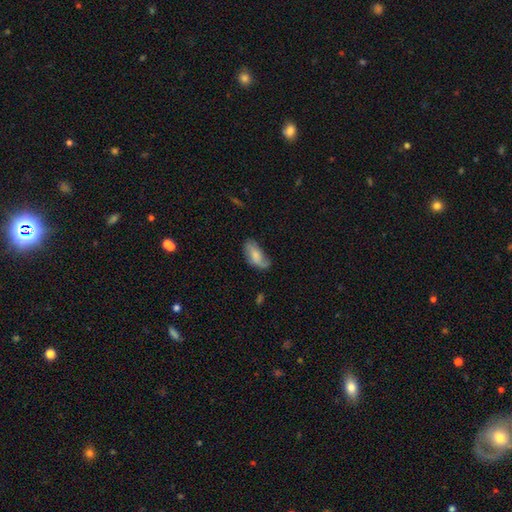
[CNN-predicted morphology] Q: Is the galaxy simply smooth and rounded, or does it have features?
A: smooth — 56%.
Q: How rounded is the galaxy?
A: in between — 90%.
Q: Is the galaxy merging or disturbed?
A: none — 57%.